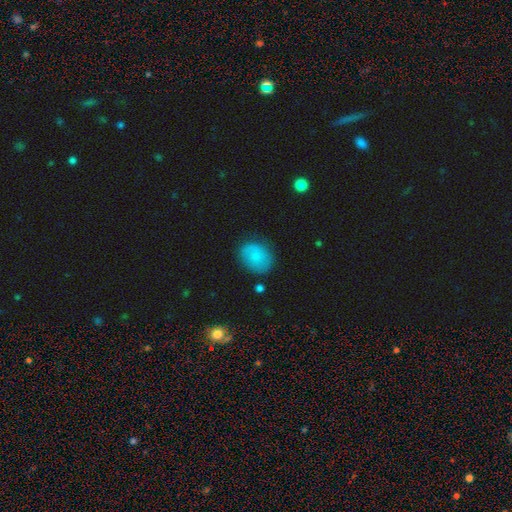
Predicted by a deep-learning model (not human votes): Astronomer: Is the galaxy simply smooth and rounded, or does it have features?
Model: smooth — 72%.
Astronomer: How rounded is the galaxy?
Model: in between — 53% (runner-up: round, 46%).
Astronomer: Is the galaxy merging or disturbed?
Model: none — 76%.